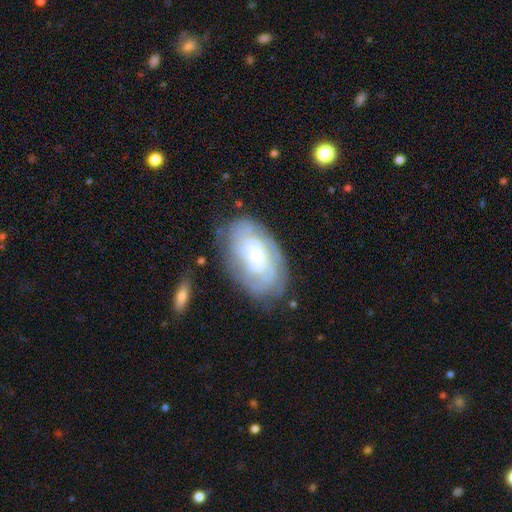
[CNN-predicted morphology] Smooth or featured?
  - featured or disk: 77% *
  - smooth: 17%
  - star or artifact: 6%
Edge-on disk?
  - no: 96% *
  - yes: 4%
Bar?
  - no: 74% *
  - weak: 21%
  - strong: 5%
Spiral arms?
  - yes: 88% *
  - no: 12%
Spiral winding?
  - tight: 70% *
  - medium: 24%
  - loose: 6%
Spiral arm count?
  - can't tell: 47% *
  - 2: 23%
  - 3: 14%
  - 4: 7%
  - 1: 5%
  - more than 4: 4%
Bulge size?
  - small: 67% *
  - moderate: 25%
  - large: 4%
  - none: 3%
  - dominant: 1%
Merging?
  - none: 70% *
  - minor disturbance: 19%
  - major disturbance: 8%
  - merger: 3%